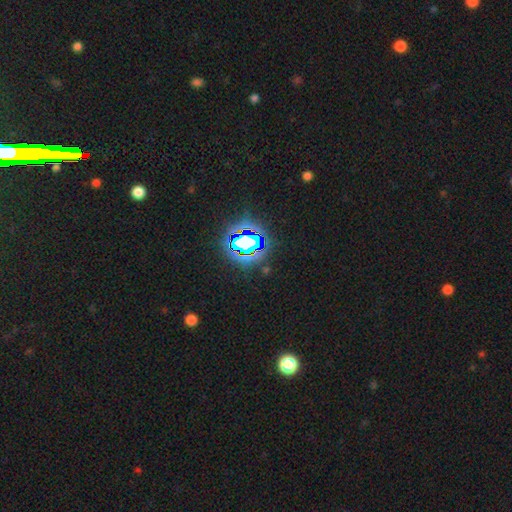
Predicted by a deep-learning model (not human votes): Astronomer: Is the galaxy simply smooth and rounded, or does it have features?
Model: star or artifact — 82%.